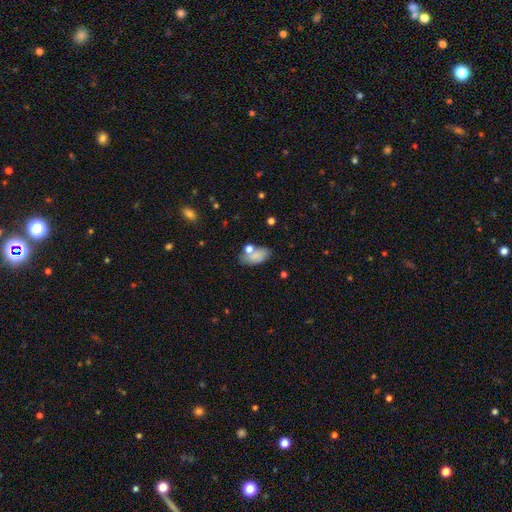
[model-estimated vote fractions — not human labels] smooth_or_featured: smooth (p=0.78) [alt: featured or disk p=0.12]
how_rounded: in between (p=0.90) [alt: round p=0.07]
merging: none (p=0.59) [alt: minor disturbance p=0.19]